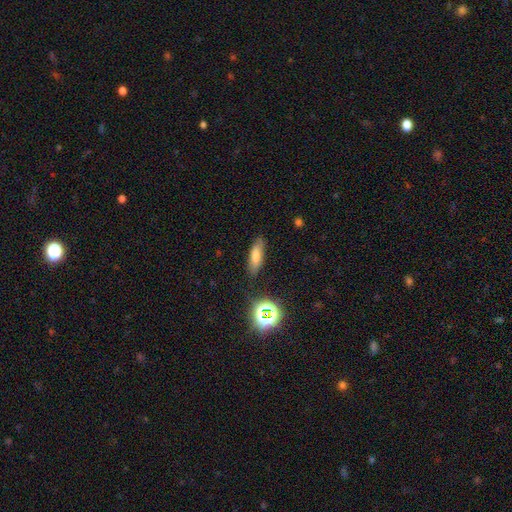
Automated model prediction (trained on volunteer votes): Q: Smooth or featured?
A: smooth (67%); runner-up: featured or disk (17%)
Q: How rounded?
A: in between (50%); runner-up: cigar-shaped (46%)
Q: Merging?
A: none (80%); runner-up: minor disturbance (14%)